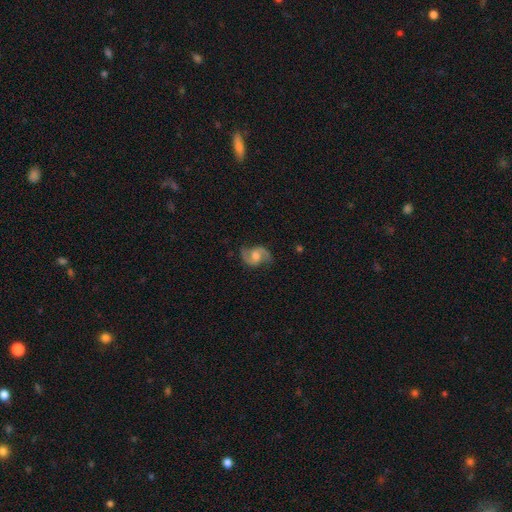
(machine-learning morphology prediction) This is clearly a featured or disk galaxy (85%). It is clearly not viewed edge-on (98%). Bar: possibly weak (48%). Spiral arm pattern: clearly yes (97%). Spiral arm count: clearly 2 (93%). Spiral winding: possibly medium (46%). Central bulge: possibly moderate (52%). Merging: likely none (79%).